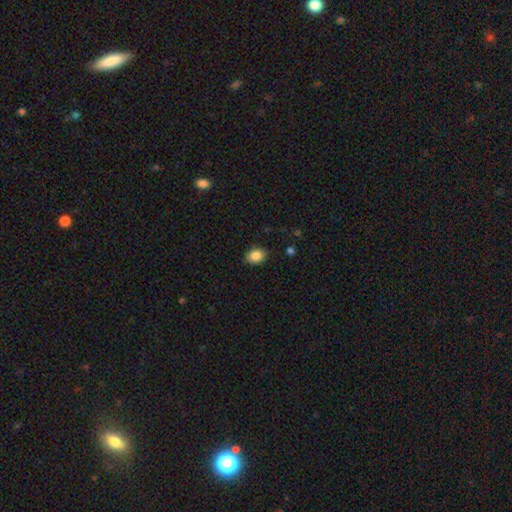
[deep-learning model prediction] A smooth galaxy with no disk features (86%) that is in between round and cigar-shaped (68%). Merging: none (87%).